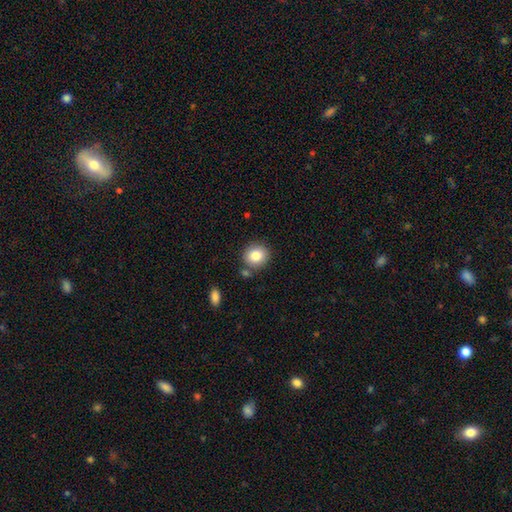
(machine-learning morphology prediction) Overall: smooth (83%). How rounded: round (82%). Merging: none (80%).